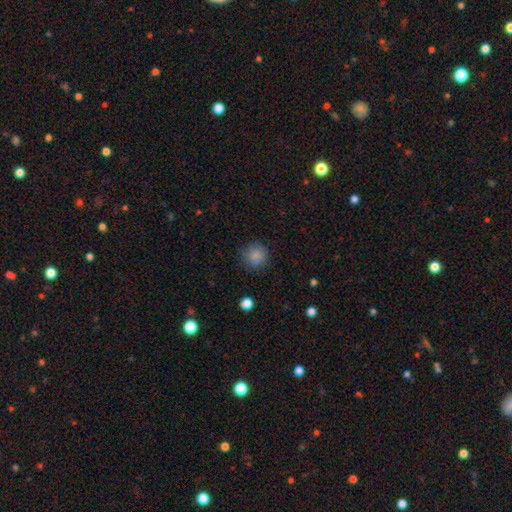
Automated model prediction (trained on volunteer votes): A smooth galaxy with no disk features (85%) that is round (92%).

Vote fractions:
- Smooth or featured? smooth: 85% / star or artifact: 10% / featured or disk: 5%
- How rounded? round: 92% / in between: 7% / cigar-shaped: 1%
- Merging? none: 83% / minor disturbance: 12% / major disturbance: 4% / merger: 1%